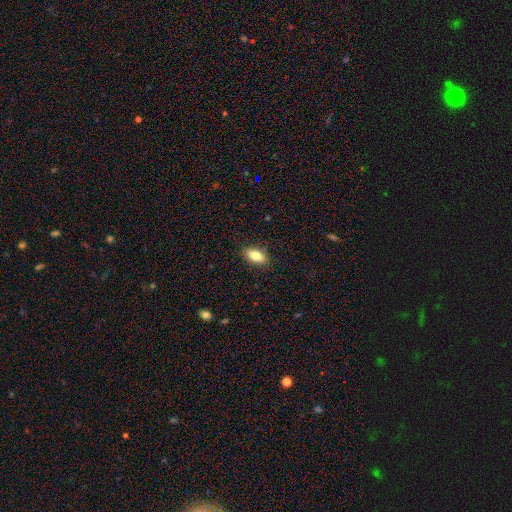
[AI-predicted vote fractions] Q: Smooth or featured?
A: smooth (77%); runner-up: featured or disk (15%)
Q: How rounded?
A: in between (87%); runner-up: cigar-shaped (8%)
Q: Merging?
A: none (88%); runner-up: minor disturbance (9%)